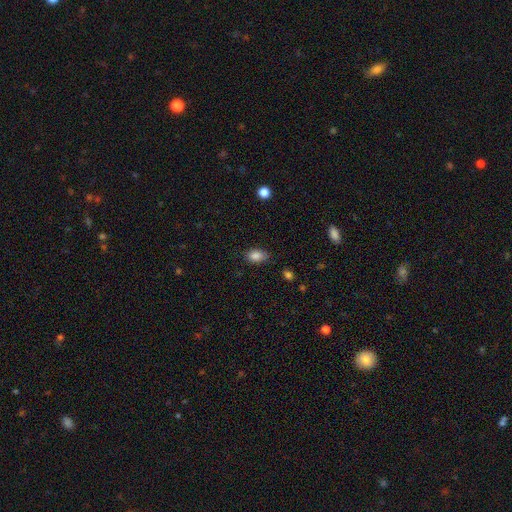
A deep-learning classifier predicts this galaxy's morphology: The model was most divided on "merging": none: 79%, minor disturbance: 16%, major disturbance: 3%, merger: 1%. More confident: how rounded — in between (87%); smooth or featured — smooth (86%).